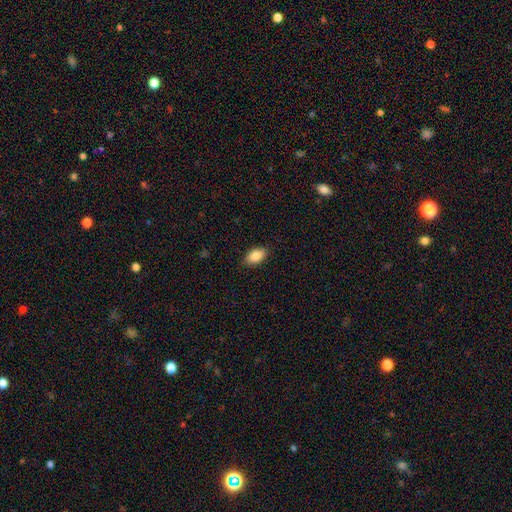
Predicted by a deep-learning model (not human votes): A smooth galaxy with no disk features (88%) that is in between round and cigar-shaped (93%). Merging: none (88%).